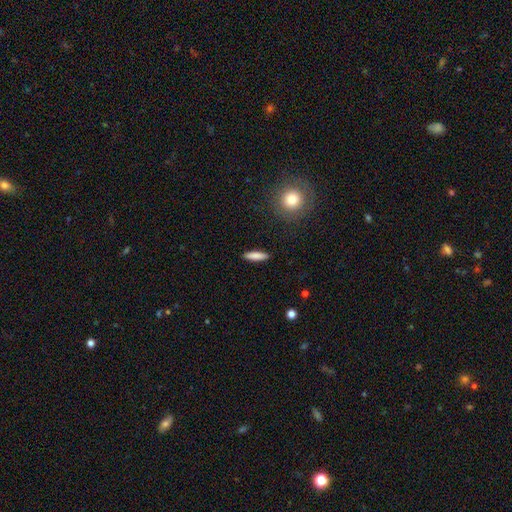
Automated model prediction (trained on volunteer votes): smooth-or-featured: smooth: 83% | featured or disk: 11% | star or artifact: 6%
  how-rounded: cigar-shaped: 74% | in between: 24% | round: 2%
  merging: none: 90% | minor disturbance: 7% | major disturbance: 2% | merger: 1%